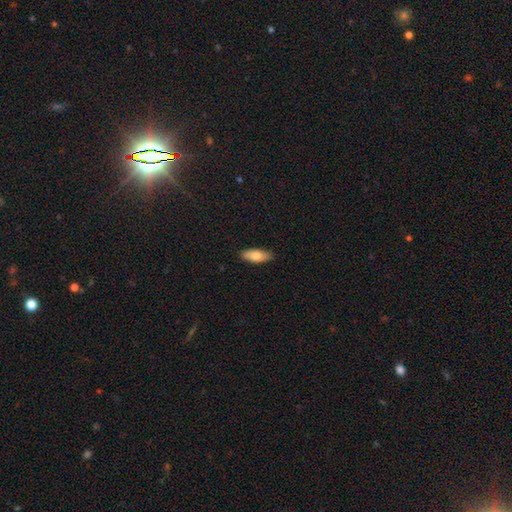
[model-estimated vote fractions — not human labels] The model was most divided on "how rounded": in between: 73%, cigar-shaped: 25%, round: 2%. More confident: merging — none (87%); smooth or featured — smooth (79%).